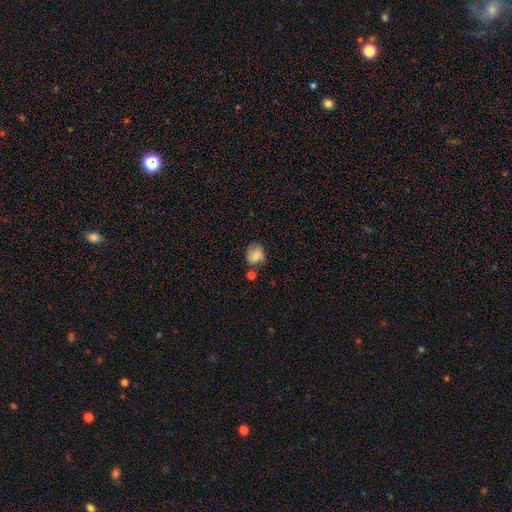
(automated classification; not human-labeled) smooth-or-featured: smooth: 70% | featured or disk: 20% | star or artifact: 10%
  how-rounded: round: 68% | in between: 31% | cigar-shaped: 1%
  merging: none: 56% | minor disturbance: 26% | merger: 10% | major disturbance: 8%